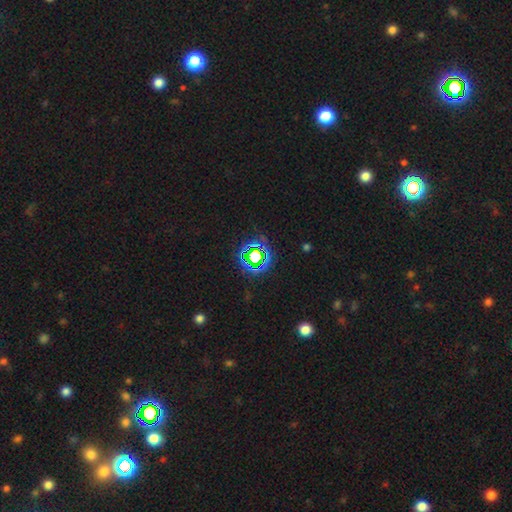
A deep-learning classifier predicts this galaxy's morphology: A star or artifact, not a galaxy (69%).